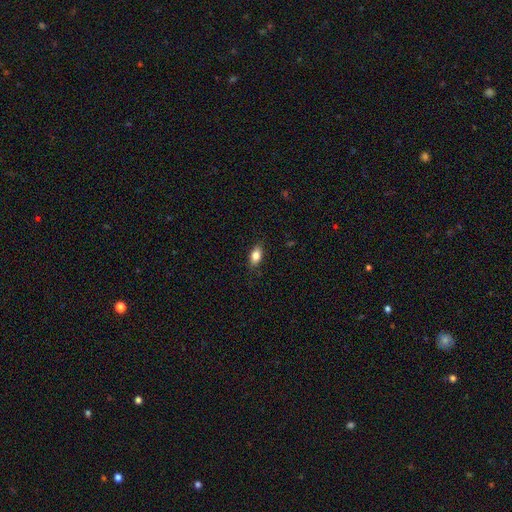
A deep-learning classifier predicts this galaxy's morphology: A smooth galaxy with no disk features (81%) that is in between round and cigar-shaped (86%). Merging: none (84%).